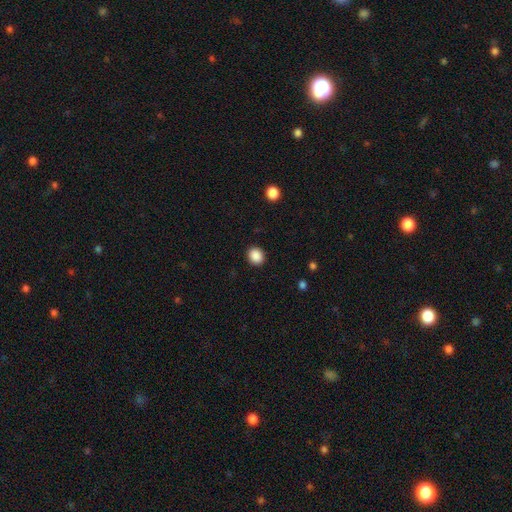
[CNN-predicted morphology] Overall: smooth (89%). How rounded: round (72%). Merging: none (91%).